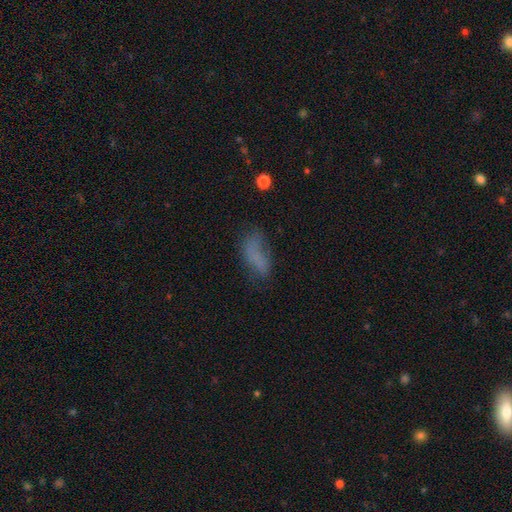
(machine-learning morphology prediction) type=smooth (66%); roundness=in between (80%); merging=none (44%).